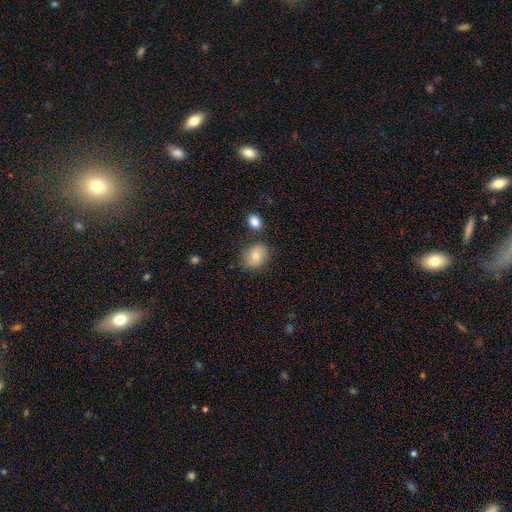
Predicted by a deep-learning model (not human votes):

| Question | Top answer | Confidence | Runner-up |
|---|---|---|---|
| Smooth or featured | smooth | 77% | featured or disk (14%) |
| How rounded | round | 55% | in between (44%) |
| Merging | none | 76% | minor disturbance (15%) |